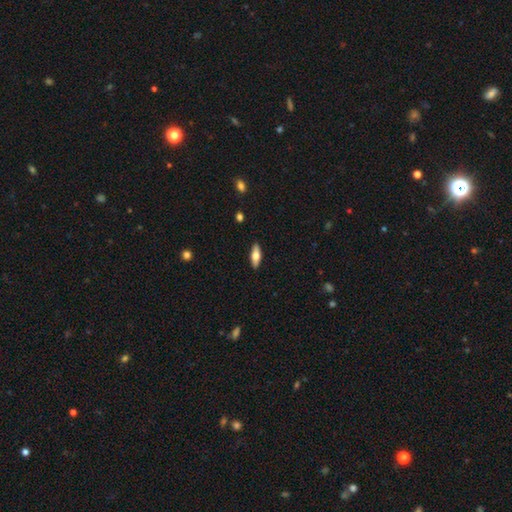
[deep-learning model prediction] Overall: smooth (60%; featured or disk 34%). How rounded: in between (66%; cigar-shaped 31%). Merging: none (90%).